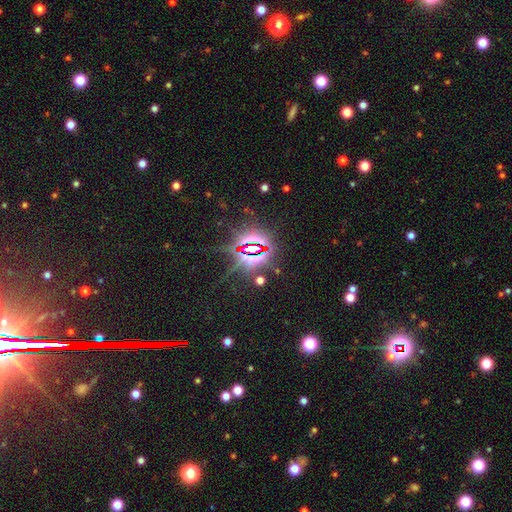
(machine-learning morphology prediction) Overall: star or artifact (85%).